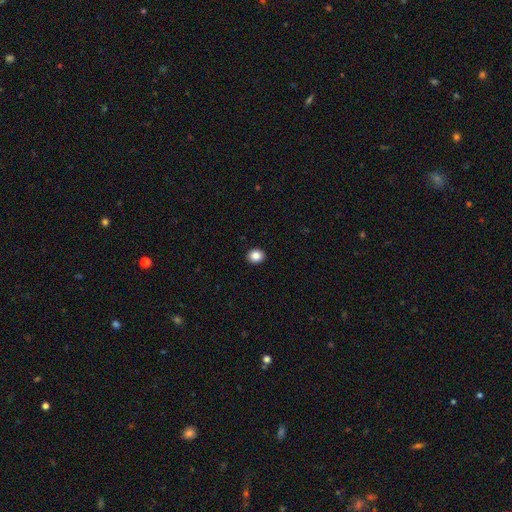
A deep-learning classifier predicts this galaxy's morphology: smooth 86%, star or artifact 10%, featured or disk 4%. Down the decision tree: how rounded — round (72%); merging — none (93%).